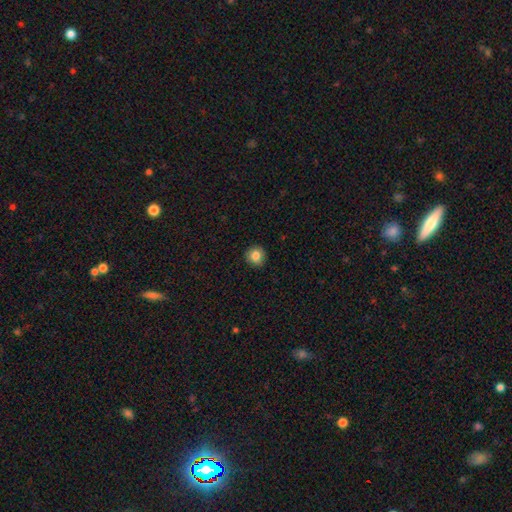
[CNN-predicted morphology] smooth_or_featured: smooth (p=0.84) [alt: star or artifact p=0.09]
how_rounded: round (p=0.92) [alt: in between p=0.07]
merging: none (p=0.90) [alt: minor disturbance p=0.07]